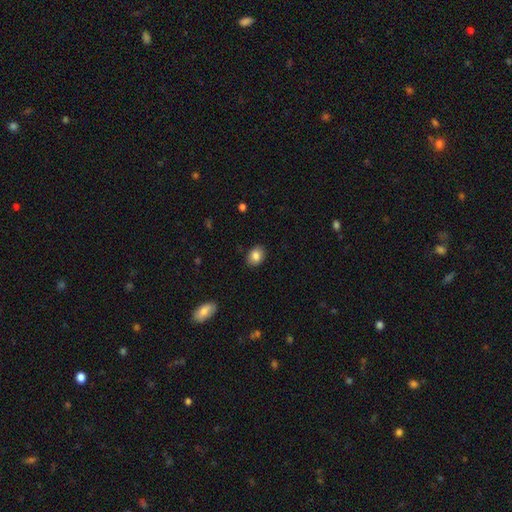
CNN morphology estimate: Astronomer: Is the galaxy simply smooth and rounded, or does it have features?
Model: smooth — 84%.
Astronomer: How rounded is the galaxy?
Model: in between — 63%.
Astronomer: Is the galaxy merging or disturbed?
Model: none — 87%.